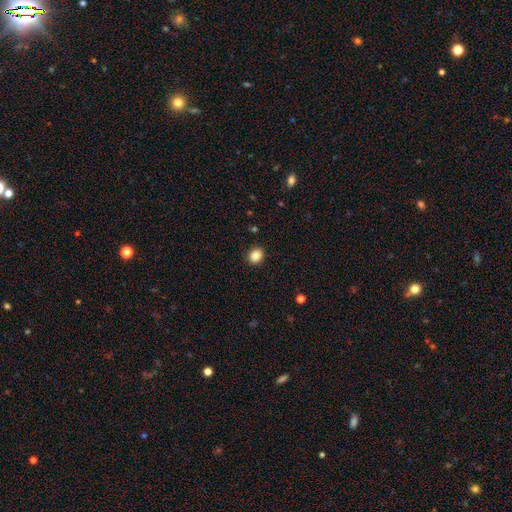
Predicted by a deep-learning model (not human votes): A smooth galaxy with no disk features (88%) that is round (52%). Merging: none (90%).